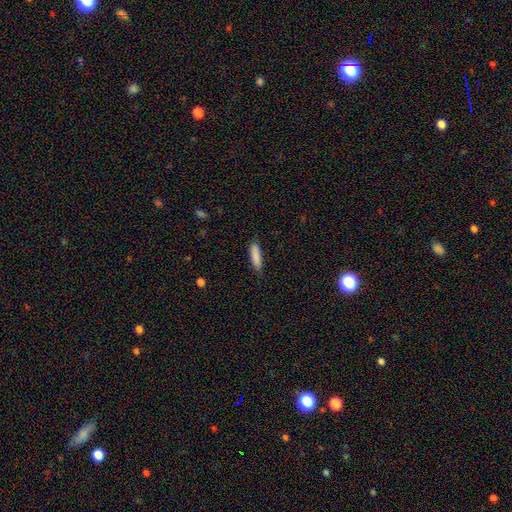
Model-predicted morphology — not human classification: Overall: smooth (88%). How rounded: cigar-shaped (69%; in between 30%). Merging: none (87%).